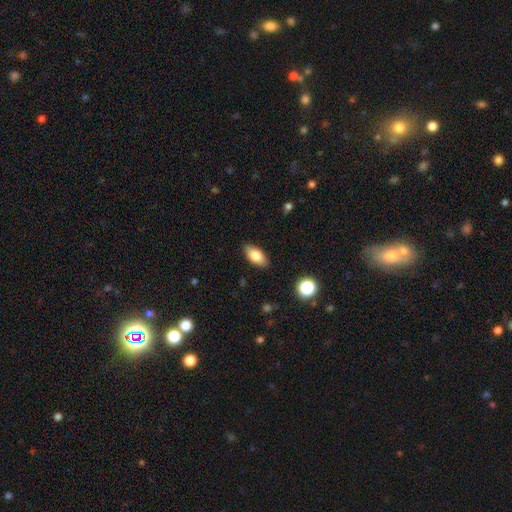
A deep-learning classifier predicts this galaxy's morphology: Smooth or featured: smooth — 81% (featured or disk — 12%)
How rounded: in between — 90% (cigar-shaped — 6%)
Merging: none — 87% (minor disturbance — 10%)